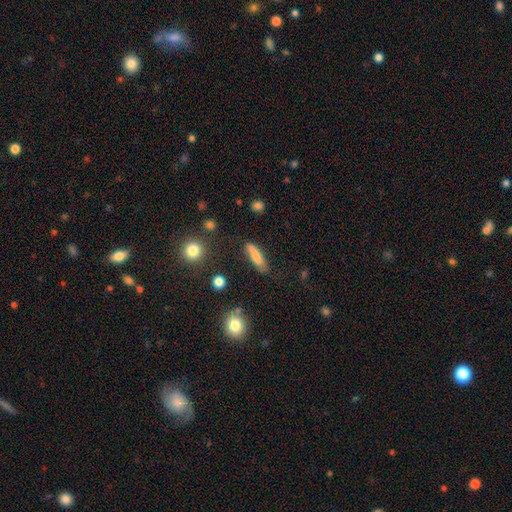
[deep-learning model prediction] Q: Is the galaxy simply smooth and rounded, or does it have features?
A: smooth — 75%.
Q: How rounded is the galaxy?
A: cigar-shaped — 67%.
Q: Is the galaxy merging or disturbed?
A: none — 75%.